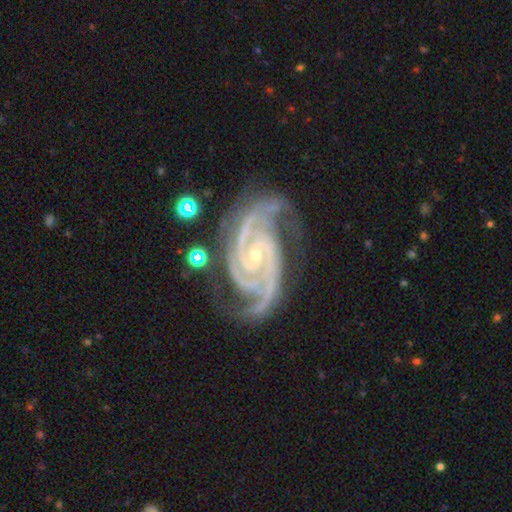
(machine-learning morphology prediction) smooth-or-featured: featured or disk: 94% | star or artifact: 4% | smooth: 2%
  disk-edge-on: no: 98% | yes: 2%
    bar: no: 47% | weak: 32% | strong: 21%
    has-spiral-arms: yes: 99% | no: 1%
      spiral-winding: tight: 65% | medium: 32% | loose: 3%
      spiral-arm-count: 2: 45% | 3: 34% | 4: 8% | can't tell: 5% | more than 4: 4% | 1: 4%
    bulge-size: small: 78% | moderate: 18% | none: 2% | large: 1% | dominant: 1%
  merging: none: 69% | minor disturbance: 20% | major disturbance: 7% | merger: 3%